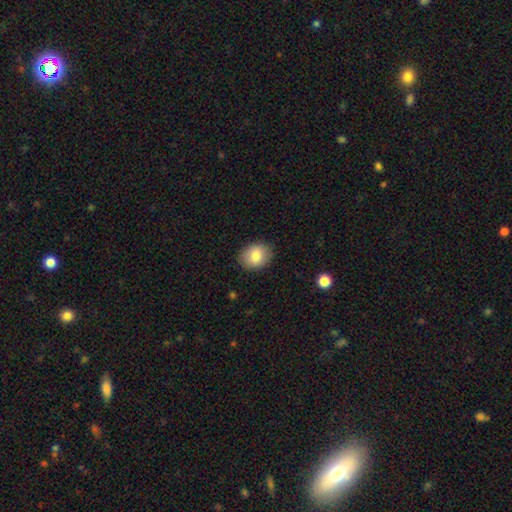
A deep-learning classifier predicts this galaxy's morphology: smooth 82%, featured or disk 10%, star or artifact 8%. Down the decision tree: how rounded — in between (57%); merging — none (87%).